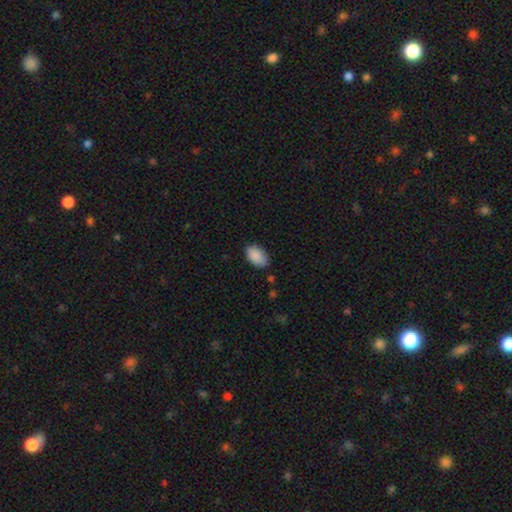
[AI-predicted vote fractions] Morphology: type=smooth (90%); roundness=in between (93%); merging=none (81%).